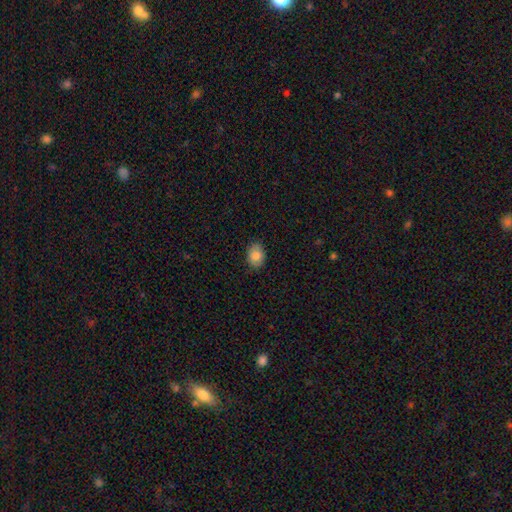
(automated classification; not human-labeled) Q: Smooth or featured?
A: smooth (84%); runner-up: featured or disk (8%)
Q: How rounded?
A: in between (73%); runner-up: round (26%)
Q: Merging?
A: none (82%); runner-up: minor disturbance (14%)